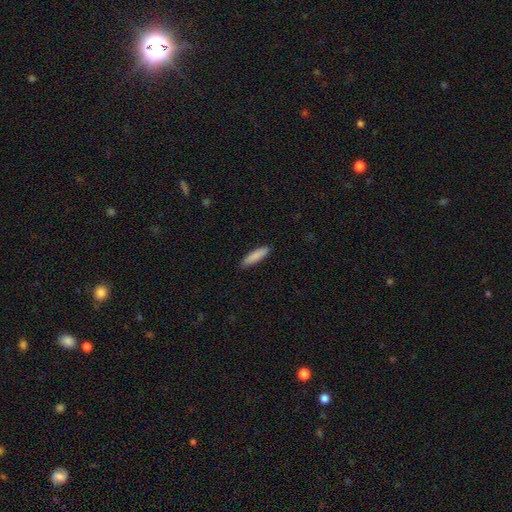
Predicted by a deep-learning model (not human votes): smooth 87%, featured or disk 7%, star or artifact 6%. Down the decision tree: how rounded — cigar-shaped (73%); merging — none (88%).